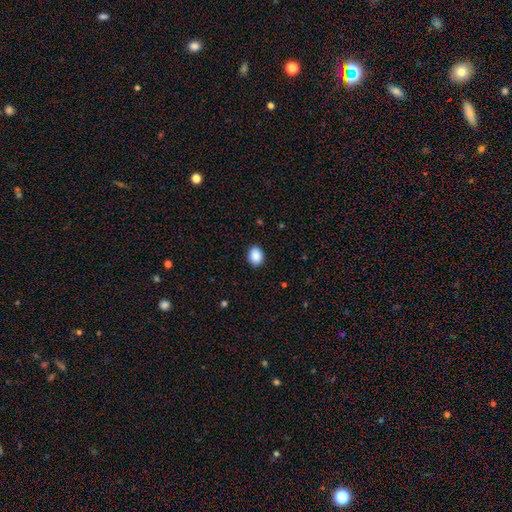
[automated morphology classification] This appears to be a smooth galaxy with no disk features (89%) that is in between round and cigar-shaped (56%). Merging: none (90%).